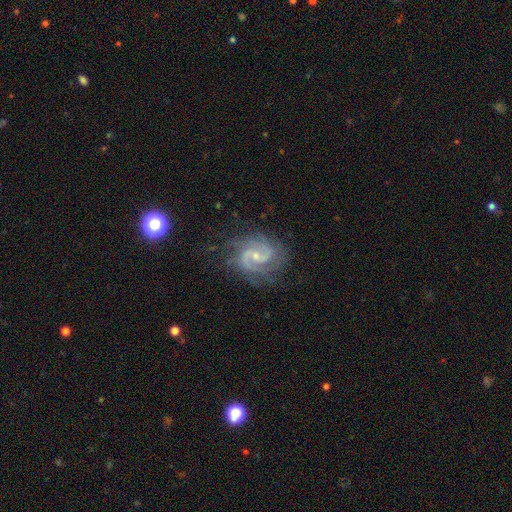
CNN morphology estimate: Q: Smooth or featured?
A: featured or disk (90%); runner-up: star or artifact (6%)
Q: Edge-on disk?
A: no (98%); runner-up: yes (2%)
Q: Bar?
A: weak (49%); runner-up: no (38%)
Q: Spiral arms?
A: yes (98%); runner-up: no (2%)
Q: Spiral winding?
A: medium (56%); runner-up: tight (30%)
Q: Spiral arm count?
A: 2 (82%); runner-up: 3 (7%)
Q: Bulge size?
A: small (69%); runner-up: moderate (26%)
Q: Merging?
A: none (73%); runner-up: minor disturbance (18%)